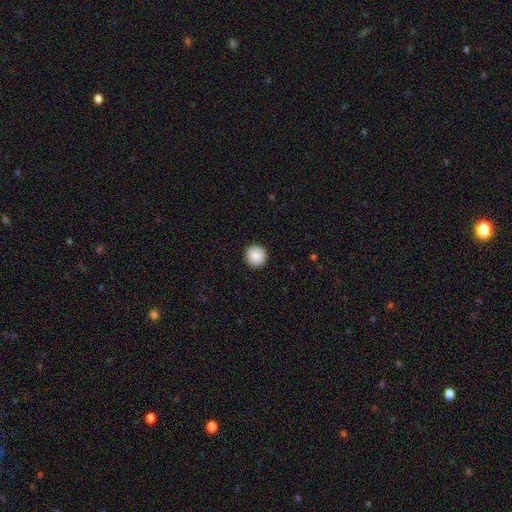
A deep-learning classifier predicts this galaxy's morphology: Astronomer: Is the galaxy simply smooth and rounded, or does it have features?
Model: smooth — 88%.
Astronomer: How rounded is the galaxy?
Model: round — 94%.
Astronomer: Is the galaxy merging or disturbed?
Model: none — 92%.